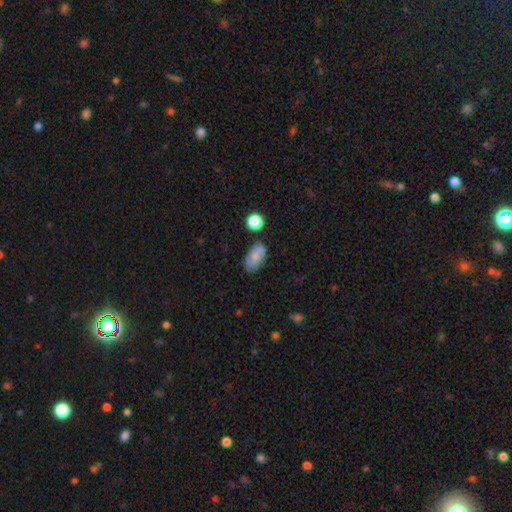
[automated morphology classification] smooth 68%, featured or disk 24%, star or artifact 8%. Down the decision tree: how rounded — in between (91%); merging — none (67%).